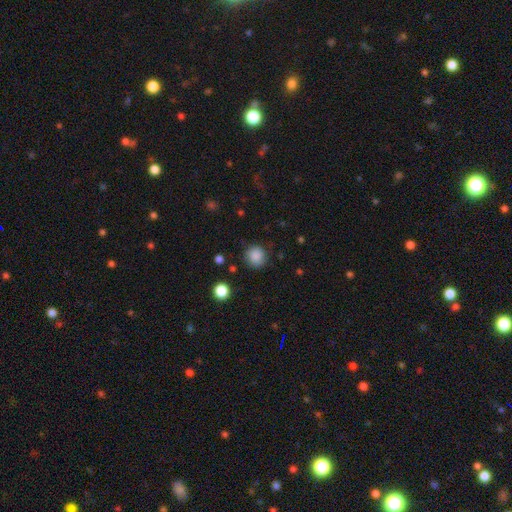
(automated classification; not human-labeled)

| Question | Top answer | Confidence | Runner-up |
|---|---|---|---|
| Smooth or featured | smooth | 86% | star or artifact (10%) |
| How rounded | round | 90% | in between (9%) |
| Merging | none | 83% | minor disturbance (11%) |